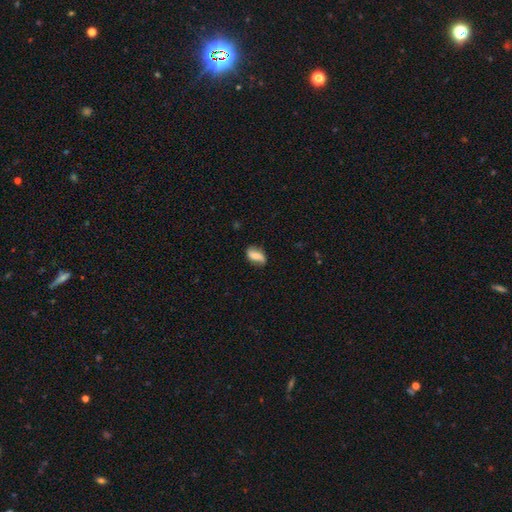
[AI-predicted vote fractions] Overall: smooth (57%; featured or disk 34%). How rounded: in between (84%). Merging: none (70%).